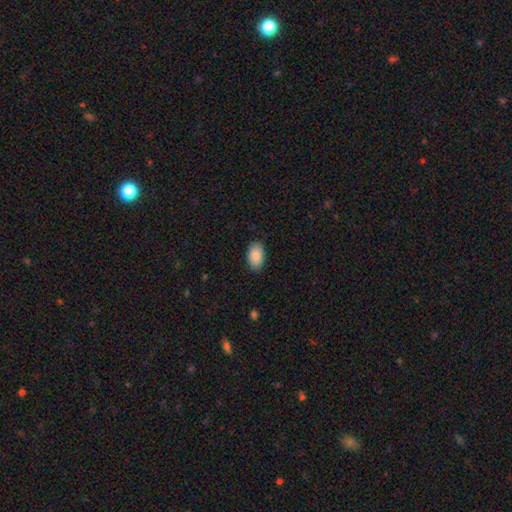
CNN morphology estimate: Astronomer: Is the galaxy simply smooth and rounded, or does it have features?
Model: smooth — 90%.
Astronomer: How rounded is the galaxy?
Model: in between — 94%.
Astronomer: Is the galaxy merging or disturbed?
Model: none — 87%.